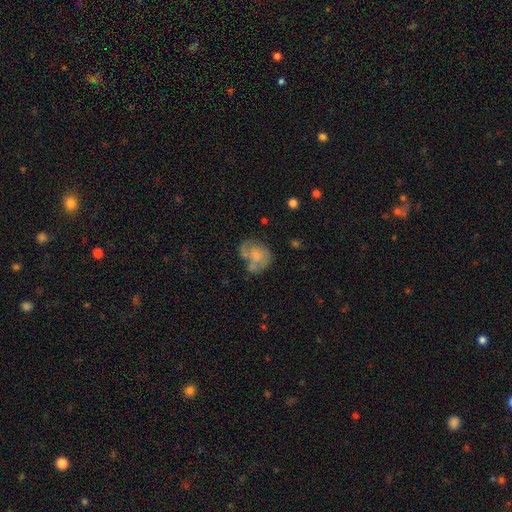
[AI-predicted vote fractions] smooth-or-featured: smooth: 51% | featured or disk: 41% | star or artifact: 8%
  how-rounded: round: 52% | in between: 47% | cigar-shaped: 1%
  merging: none: 36% | minor disturbance: 24% | merger: 21% | major disturbance: 20%